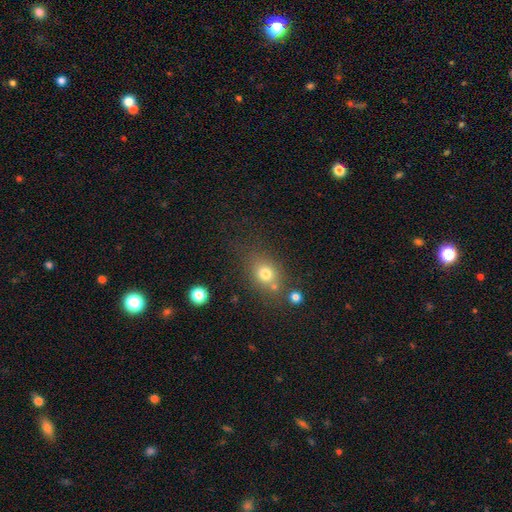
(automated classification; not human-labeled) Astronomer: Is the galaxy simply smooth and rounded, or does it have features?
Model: smooth — 62%.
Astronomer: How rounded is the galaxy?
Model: round — 51% (runner-up: in between, 46%).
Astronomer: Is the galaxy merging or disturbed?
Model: none — 73%.